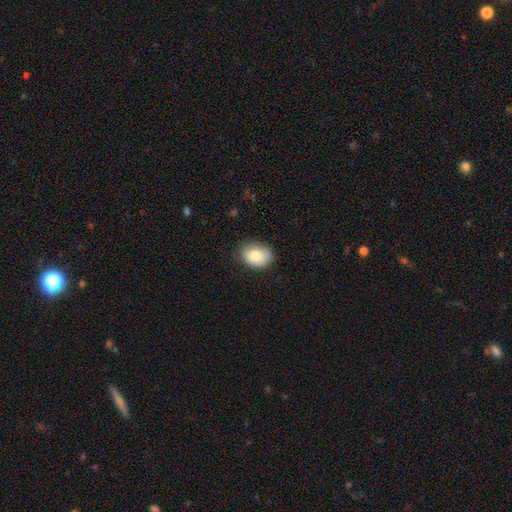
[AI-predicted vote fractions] A smooth galaxy with no disk features (82%) that is in between round and cigar-shaped (69%). Merging: none (78%).